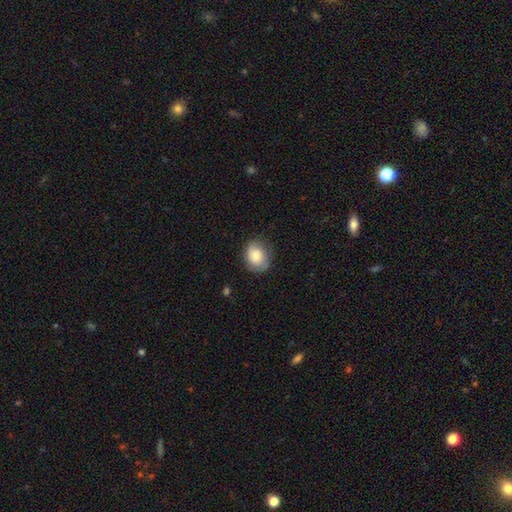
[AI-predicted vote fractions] A smooth galaxy with no disk features (66%) that is round (50%).

Vote fractions:
- Smooth or featured? smooth: 66% / featured or disk: 27% / star or artifact: 8%
- How rounded? round: 50% / in between: 49% / cigar-shaped: 1%
- Merging? none: 73% / minor disturbance: 20% / major disturbance: 6% / merger: 1%